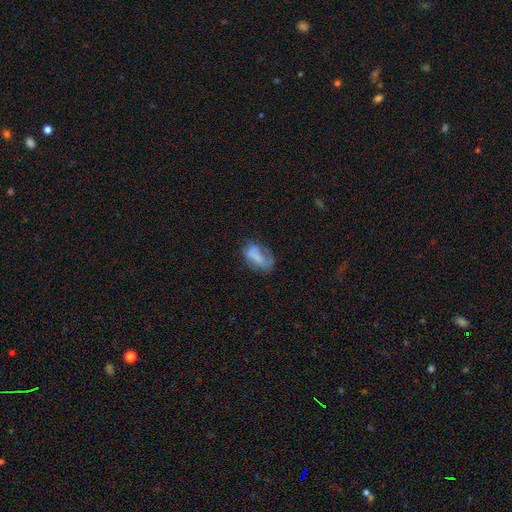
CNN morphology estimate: This appears to be a smooth galaxy with no disk features (54%) that is in between round and cigar-shaped (88%). Merging: none (40%).